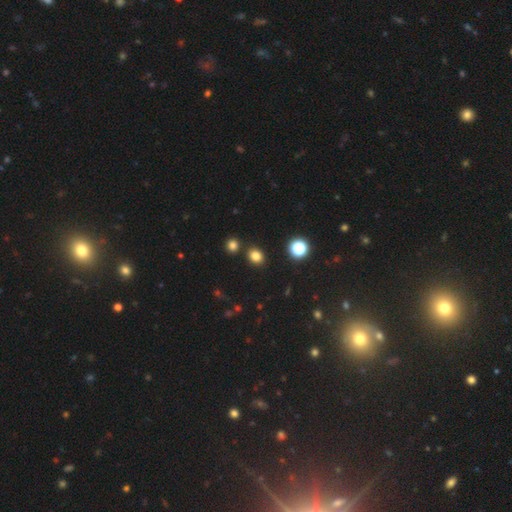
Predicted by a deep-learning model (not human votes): Smooth or featured? smooth (80%)
How rounded? round (55%)
Merging? none (85%)